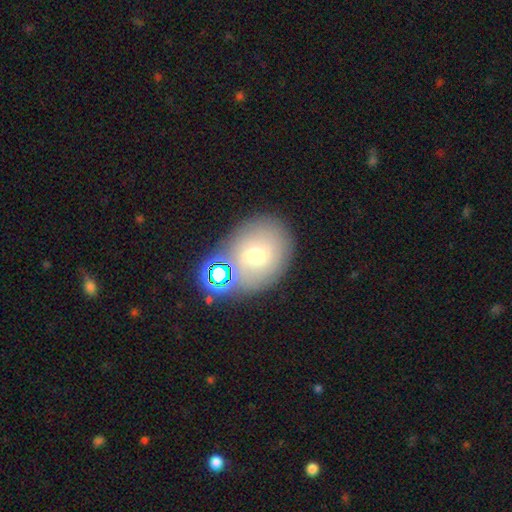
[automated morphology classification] smooth_or_featured: smooth (p=0.59) [alt: featured or disk p=0.24]
how_rounded: round (p=0.51) [alt: in between p=0.48]
merging: none (p=0.69) [alt: minor disturbance p=0.13]